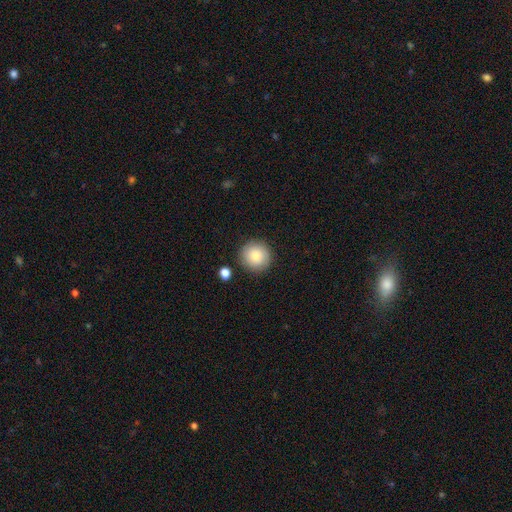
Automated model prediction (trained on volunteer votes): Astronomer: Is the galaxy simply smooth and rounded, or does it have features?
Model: smooth — 84%.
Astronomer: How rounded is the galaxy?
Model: round — 94%.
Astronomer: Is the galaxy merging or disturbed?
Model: none — 87%.